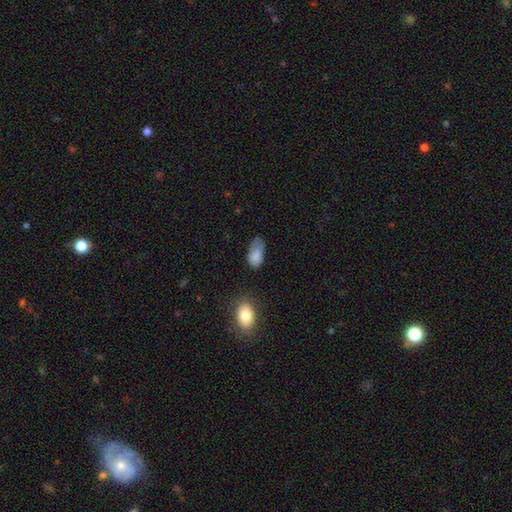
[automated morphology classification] Smooth or featured?
  - smooth: 83% *
  - featured or disk: 9%
  - star or artifact: 8%
How rounded?
  - in between: 93% *
  - round: 5%
  - cigar-shaped: 3%
Merging?
  - none: 41% *
  - minor disturbance: 39%
  - major disturbance: 17%
  - merger: 3%